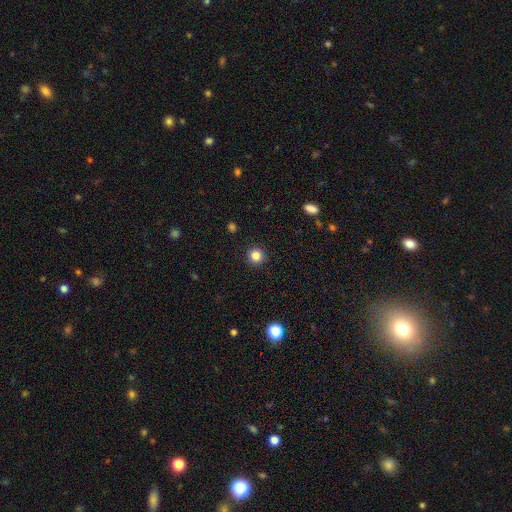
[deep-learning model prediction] The model was most divided on "smooth or featured": smooth: 84%, star or artifact: 12%, featured or disk: 4%. More confident: how rounded — round (95%); merging — none (93%).